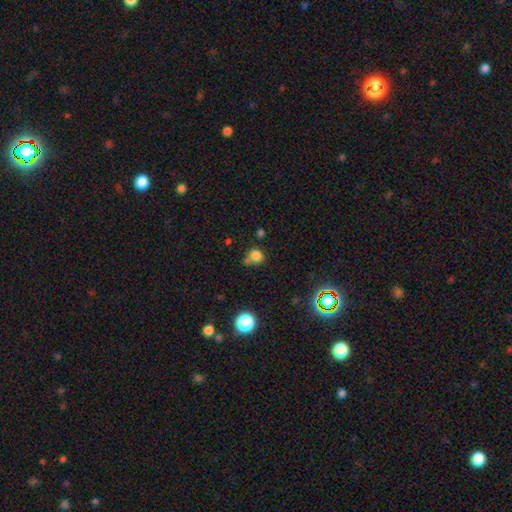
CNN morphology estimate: smooth 78%, star or artifact 15%, featured or disk 6%. Down the decision tree: how rounded — round (82%); merging — none (57%).